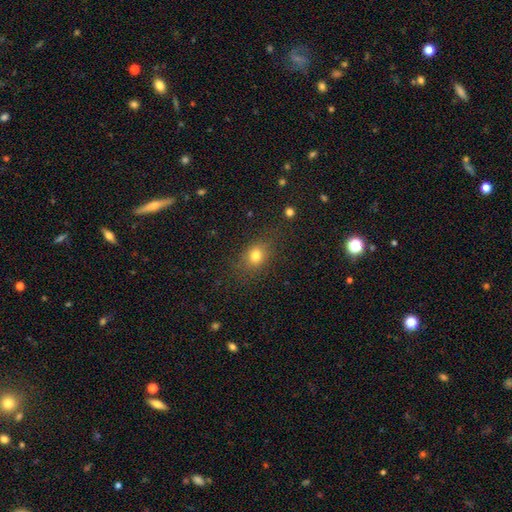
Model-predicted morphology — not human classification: smooth_or_featured: smooth (p=0.77) [alt: star or artifact p=0.14]
how_rounded: in between (p=0.50) [alt: round p=0.48]
merging: none (p=0.79) [alt: minor disturbance p=0.14]